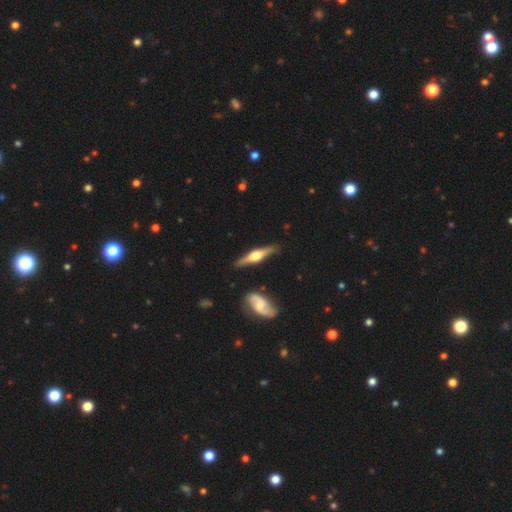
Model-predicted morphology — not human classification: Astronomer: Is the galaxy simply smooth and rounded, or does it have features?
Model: featured or disk — 75%.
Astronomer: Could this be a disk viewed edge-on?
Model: yes — 96%.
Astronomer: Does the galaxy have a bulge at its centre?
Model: rounded — 92%.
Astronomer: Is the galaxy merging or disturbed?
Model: none — 85%.